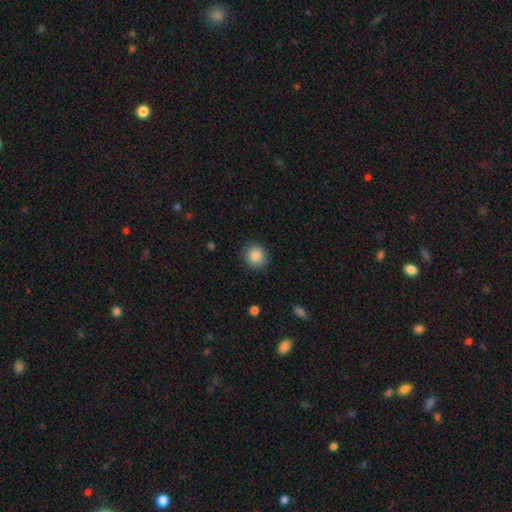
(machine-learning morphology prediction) Smooth or featured? smooth (88%)
How rounded? round (81%)
Merging? none (88%)